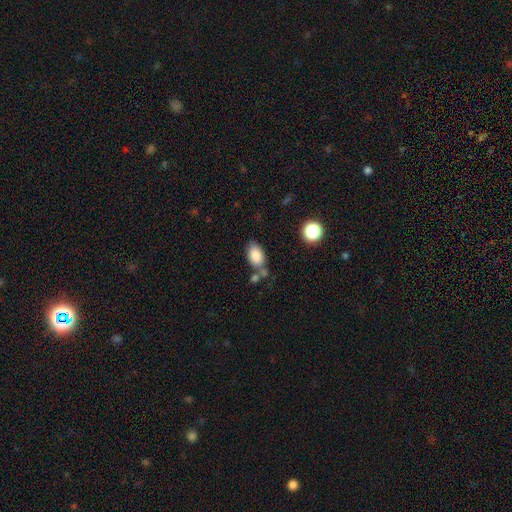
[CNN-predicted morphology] A smooth galaxy with no disk features (85%) that is in between round and cigar-shaped (90%).

Vote fractions:
- Smooth or featured? smooth: 85% / star or artifact: 8% / featured or disk: 7%
- How rounded? in between: 90% / round: 8% / cigar-shaped: 2%
- Merging? none: 61% / minor disturbance: 17% / merger: 17% / major disturbance: 5%